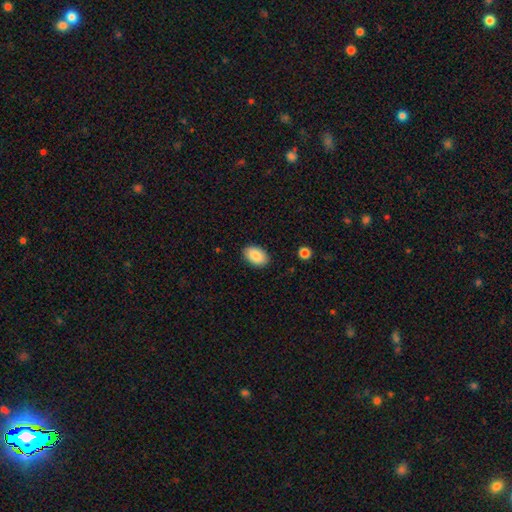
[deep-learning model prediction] Morphology: type=smooth (87%); roundness=in between (90%); merging=none (88%).